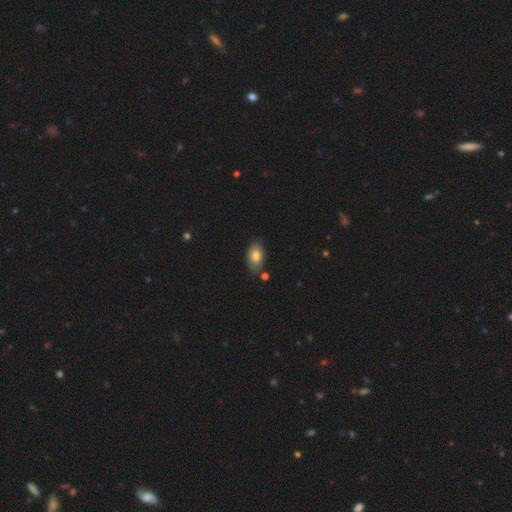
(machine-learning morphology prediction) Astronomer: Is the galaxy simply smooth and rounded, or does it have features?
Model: smooth — 80%.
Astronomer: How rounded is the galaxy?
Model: in between — 91%.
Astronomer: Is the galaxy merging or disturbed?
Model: none — 76%.